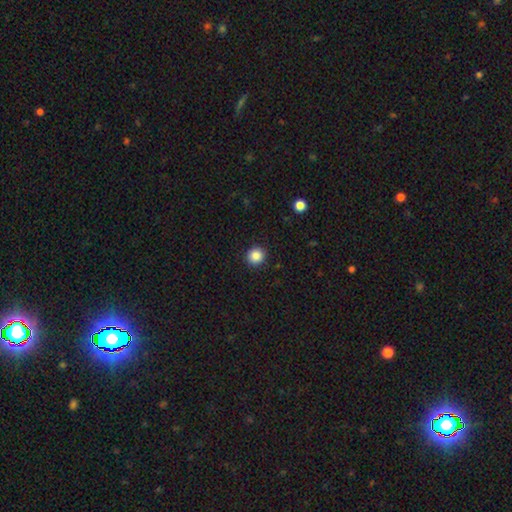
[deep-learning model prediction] Morphology: type=smooth (86%); roundness=round (92%); merging=none (92%).